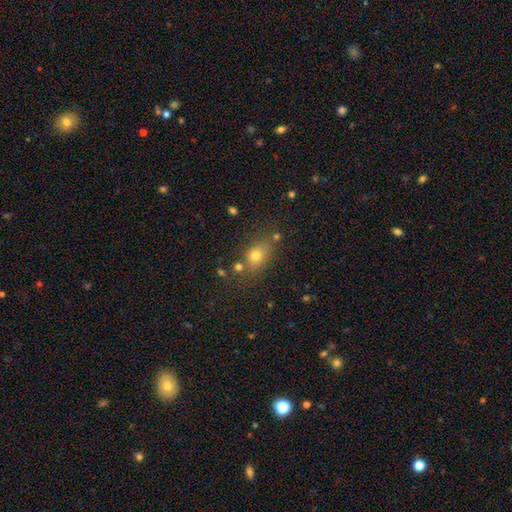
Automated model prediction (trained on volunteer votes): Smooth or featured: smooth — 72% (star or artifact — 16%)
How rounded: in between — 59% (round — 38%)
Merging: none — 68% (minor disturbance — 15%)